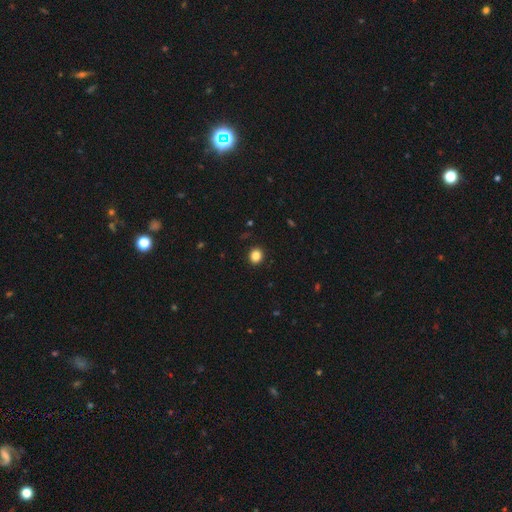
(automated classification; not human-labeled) Smooth or featured? Predicted: smooth (p=0.85). How rounded? Predicted: round (p=0.77). Merging? Predicted: none (p=0.92).